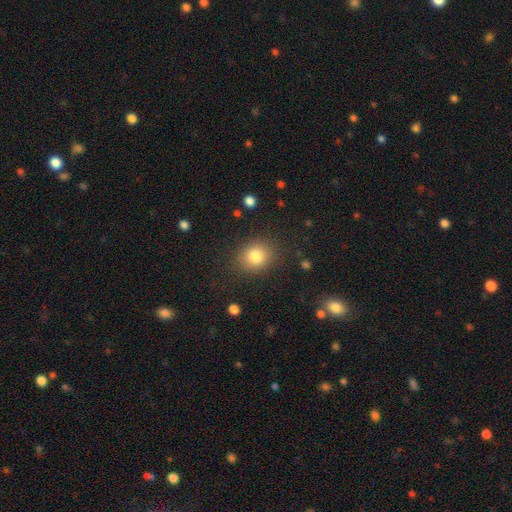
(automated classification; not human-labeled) smooth-or-featured: smooth: 81% | star or artifact: 11% | featured or disk: 8%
  how-rounded: round: 69% | in between: 30% | cigar-shaped: 1%
  merging: none: 85% | minor disturbance: 10% | major disturbance: 4% | merger: 2%